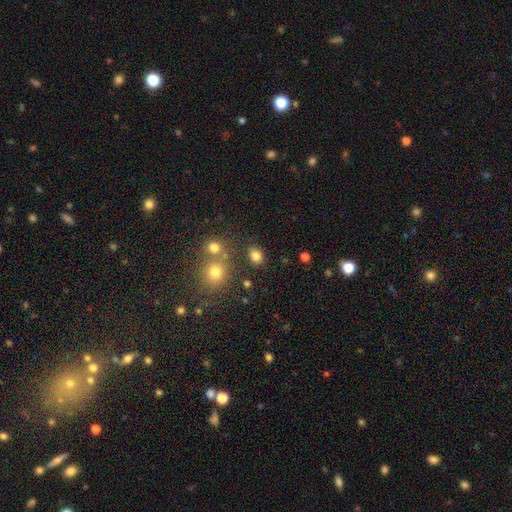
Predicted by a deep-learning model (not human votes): smooth 81%, star or artifact 14%, featured or disk 6%. Down the decision tree: how rounded — round (54%); merging — none (80%).